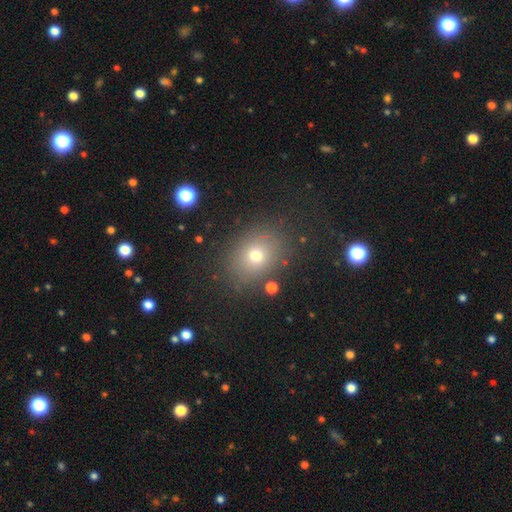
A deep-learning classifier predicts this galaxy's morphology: smooth_or_featured: smooth (p=0.68) [alt: star or artifact p=0.18]
how_rounded: in between (p=0.51) [alt: round p=0.48]
merging: none (p=0.82) [alt: minor disturbance p=0.11]